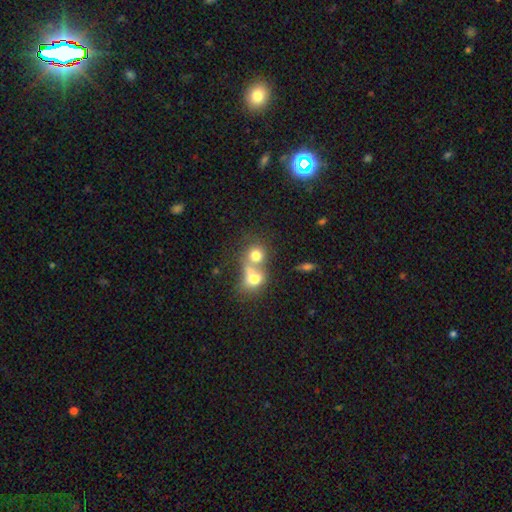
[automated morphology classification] smooth-or-featured: smooth: 73% | featured or disk: 15% | star or artifact: 12%
  how-rounded: round: 76% | in between: 23% | cigar-shaped: 1%
  merging: merger: 60% | none: 29% | minor disturbance: 6% | major disturbance: 5%